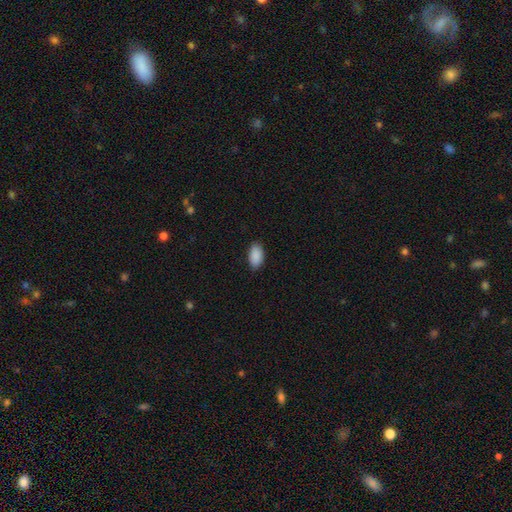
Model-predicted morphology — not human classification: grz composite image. It shows a smooth galaxy with no disk features (91%) that is in between round and cigar-shaped (95%). Merging: none (86%).